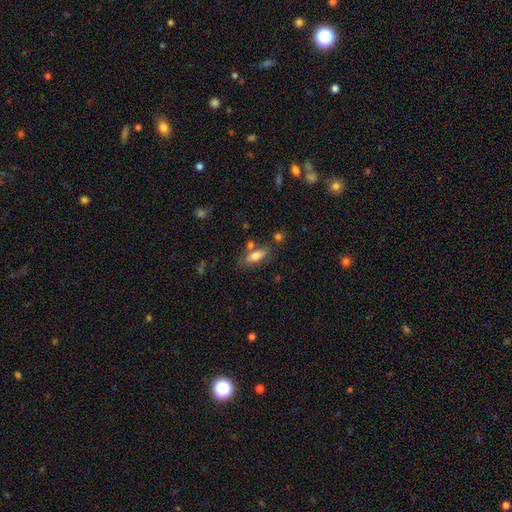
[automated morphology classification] This appears to be a smooth galaxy with no disk features (73%) that is in between round and cigar-shaped (69%). Merging: none (68%).